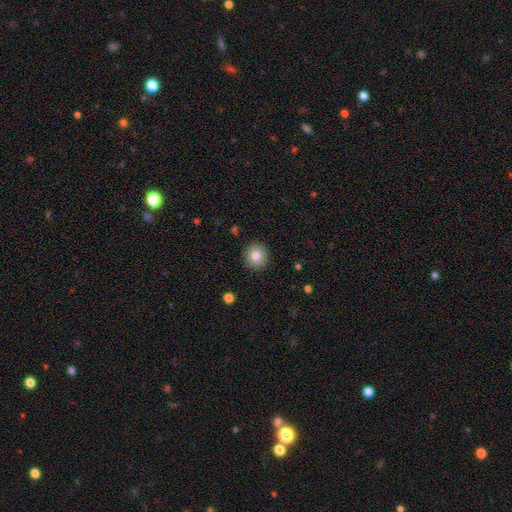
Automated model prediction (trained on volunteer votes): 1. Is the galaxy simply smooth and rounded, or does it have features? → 83% smooth, 9% star or artifact, 8% featured or disk.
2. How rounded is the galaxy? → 90% round, 9% in between, 1% cigar-shaped.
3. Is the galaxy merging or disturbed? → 91% none, 6% minor disturbance, 2% major disturbance, 1% merger.